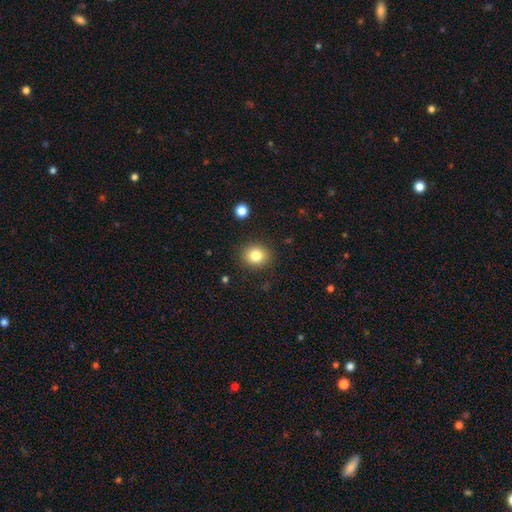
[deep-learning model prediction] Smooth or featured? Predicted: smooth (p=0.82). How rounded? Predicted: round (p=0.74). Merging? Predicted: none (p=0.88).